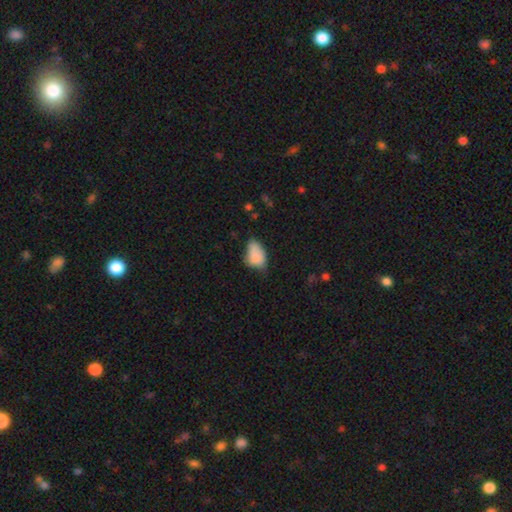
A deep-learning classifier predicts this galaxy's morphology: This is clearly a smooth galaxy (83%). How rounded: clearly in between (88%). Merging: marginally minor disturbance (44%).